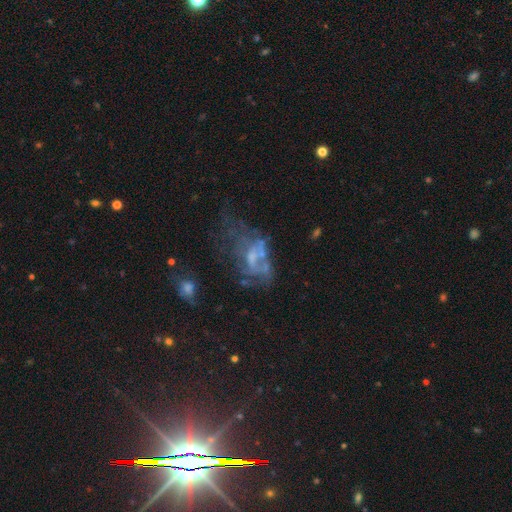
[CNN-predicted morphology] Q: Smooth or featured?
A: featured or disk (60%); runner-up: smooth (22%)
Q: Edge-on disk?
A: no (96%); runner-up: yes (4%)
Q: Bar?
A: no (77%); runner-up: weak (19%)
Q: Spiral arms?
A: no (77%); runner-up: yes (23%)
Q: Bulge size?
A: none (37%); runner-up: small (32%)
Q: Merging?
A: major disturbance (42%); runner-up: none (24%)